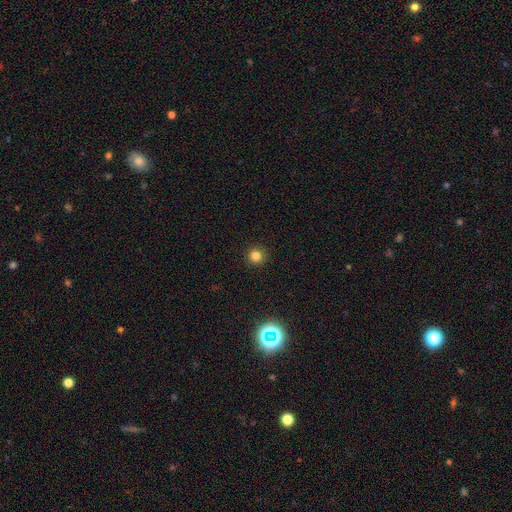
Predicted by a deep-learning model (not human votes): smooth 81%, star or artifact 14%, featured or disk 4%. Down the decision tree: how rounded — round (95%); merging — none (91%).